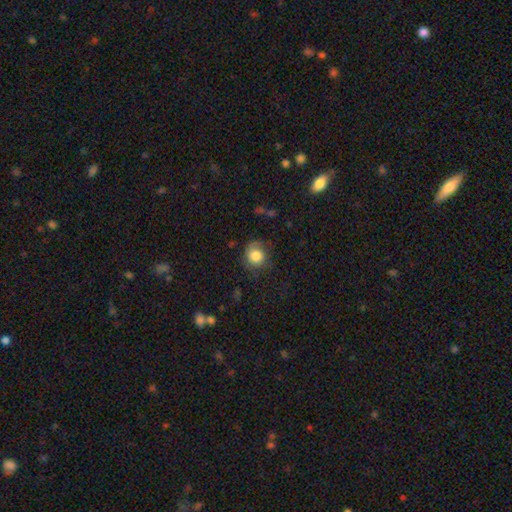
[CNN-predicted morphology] Overall: smooth (78%). How rounded: round (83%). Merging: none (63%).